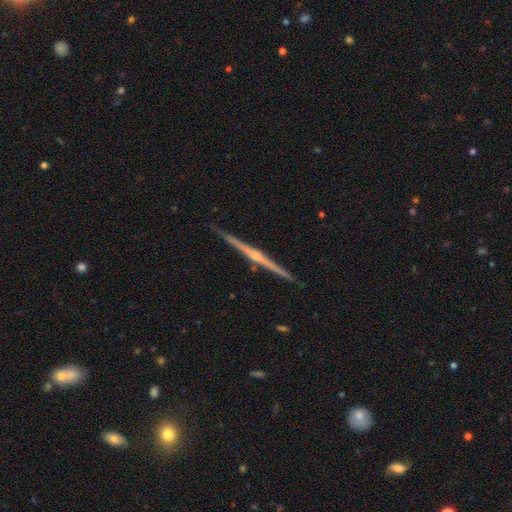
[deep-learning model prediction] smooth-or-featured: featured or disk: 86% | smooth: 9% | star or artifact: 5%
  disk-edge-on: yes: 99% | no: 1%
    edge-on-bulge: rounded: 78% | none: 15% | boxy: 7%
  merging: none: 92% | minor disturbance: 6% | major disturbance: 1% | merger: 1%